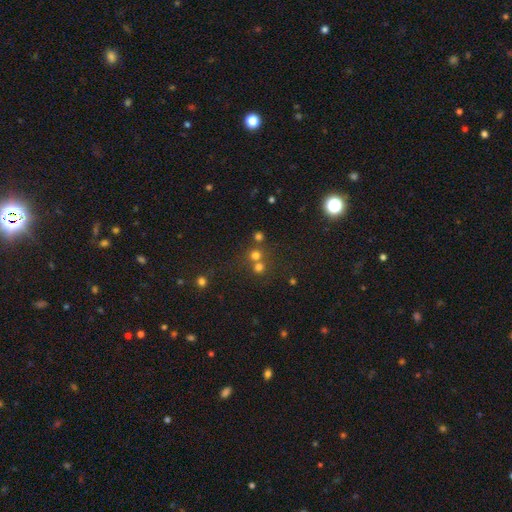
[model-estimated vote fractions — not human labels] Smooth or featured: smooth — 68% (star or artifact — 23%)
How rounded: round — 90% (in between — 9%)
Merging: none — 57% (merger — 35%)